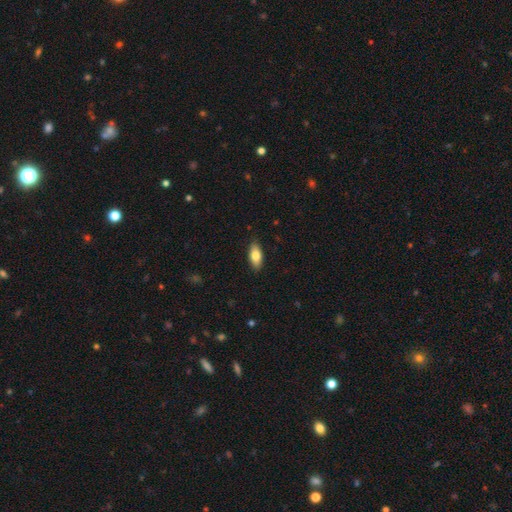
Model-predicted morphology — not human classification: smooth_or_featured: smooth (p=0.79) [alt: featured or disk p=0.15]
how_rounded: in between (p=0.85) [alt: cigar-shaped p=0.13]
merging: none (p=0.88) [alt: minor disturbance p=0.09]